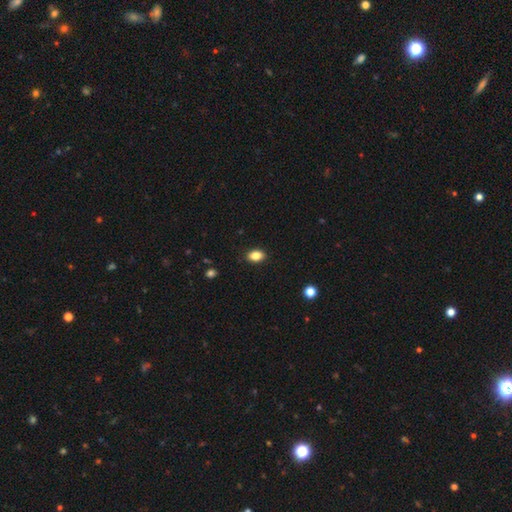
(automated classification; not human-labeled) Smooth or featured?
  - smooth: 86% *
  - star or artifact: 9%
  - featured or disk: 5%
How rounded?
  - in between: 81% *
  - round: 18%
  - cigar-shaped: 1%
Merging?
  - none: 89% *
  - minor disturbance: 8%
  - major disturbance: 2%
  - merger: 1%